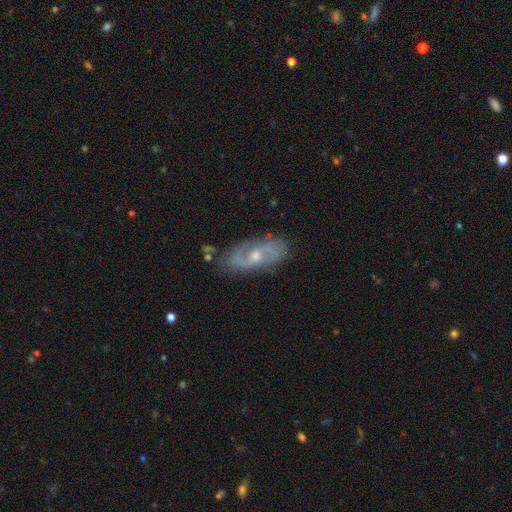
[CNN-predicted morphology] type=featured or disk (79%); edge-on=no (92%); bar=no (50%); spiral arms=yes (90%); winding=medium (46%); arm count=2 (79%); bulge=moderate (58%); merging=none (76%).